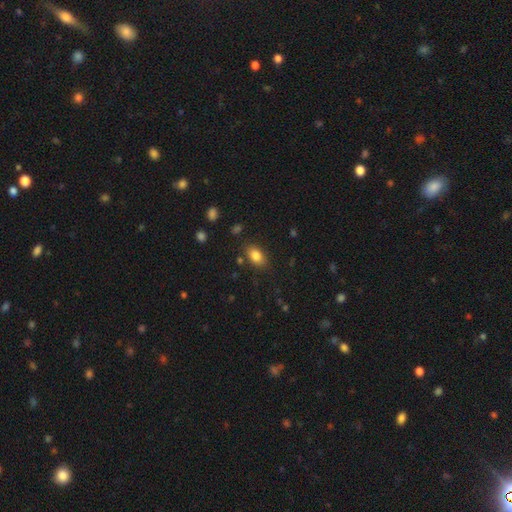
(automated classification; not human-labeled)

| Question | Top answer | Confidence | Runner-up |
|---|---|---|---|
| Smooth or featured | smooth | 84% | star or artifact (9%) |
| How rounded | in between | 86% | round (11%) |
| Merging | none | 83% | minor disturbance (12%) |